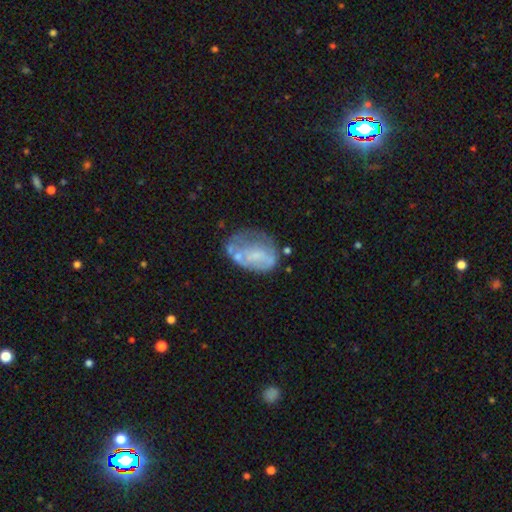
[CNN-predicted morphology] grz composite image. It shows a featured or disk galaxy (48%). Merging: none (35%).